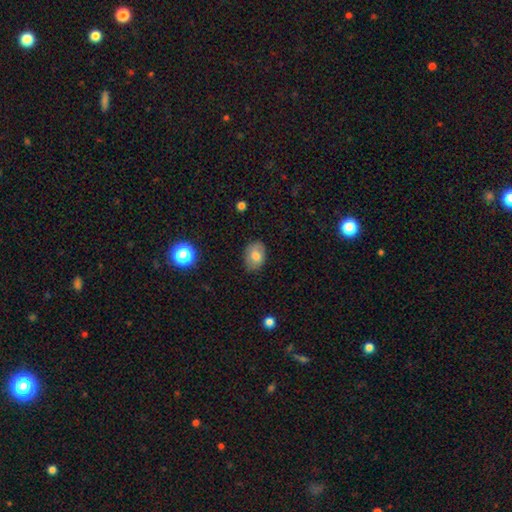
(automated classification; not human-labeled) This is likely a smooth galaxy (75%). How rounded: likely in between (73%). Merging: likely none (79%).